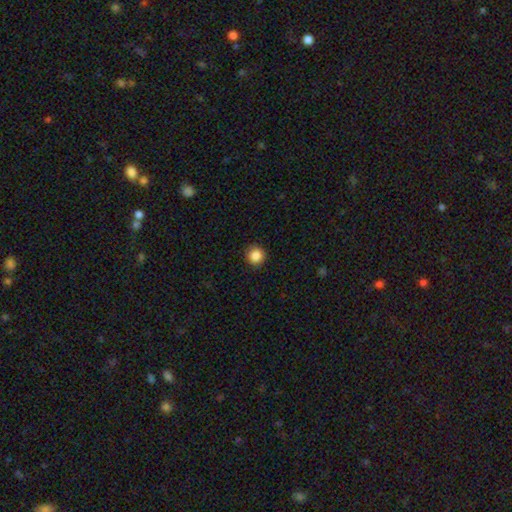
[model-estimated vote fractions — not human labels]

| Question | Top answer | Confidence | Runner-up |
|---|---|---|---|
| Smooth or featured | smooth | 86% | star or artifact (10%) |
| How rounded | round | 93% | in between (6%) |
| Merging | none | 91% | minor disturbance (6%) |